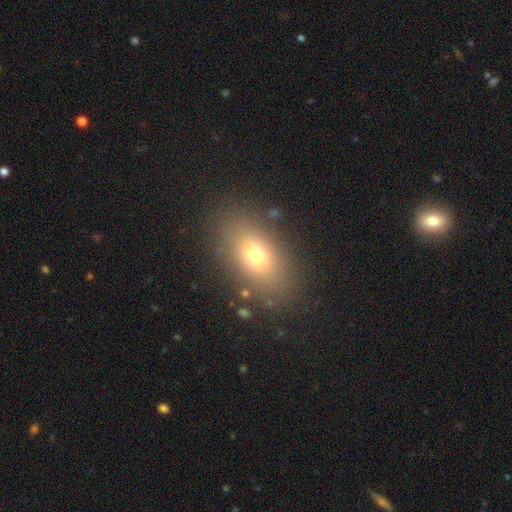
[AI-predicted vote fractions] Smooth or featured?
  - smooth: 71% *
  - featured or disk: 16%
  - star or artifact: 13%
How rounded?
  - in between: 84% *
  - round: 12%
  - cigar-shaped: 5%
Merging?
  - none: 84% *
  - minor disturbance: 10%
  - major disturbance: 4%
  - merger: 2%